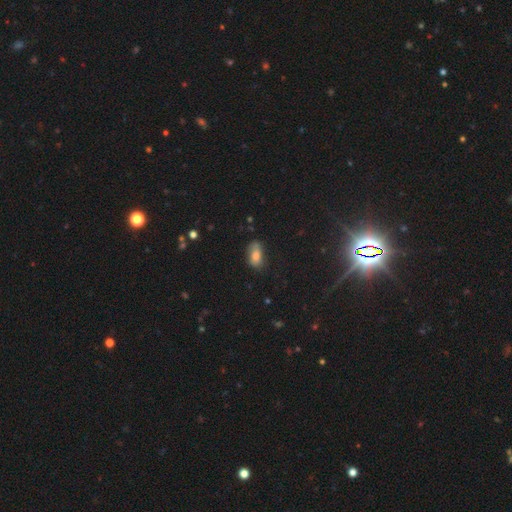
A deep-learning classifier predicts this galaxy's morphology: This is likely a smooth galaxy (76%). How rounded: clearly in between (89%). Merging: likely none (61%).